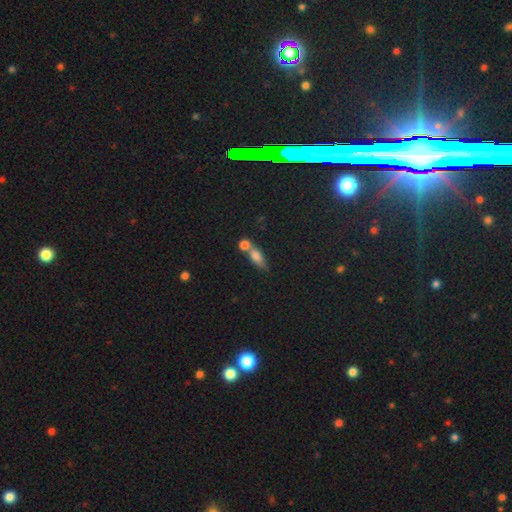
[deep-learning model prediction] Smooth or featured?
  - smooth: 71% *
  - featured or disk: 17%
  - star or artifact: 11%
How rounded?
  - in between: 59% *
  - cigar-shaped: 28%
  - round: 13%
Merging?
  - merger: 51% *
  - none: 34%
  - minor disturbance: 10%
  - major disturbance: 5%